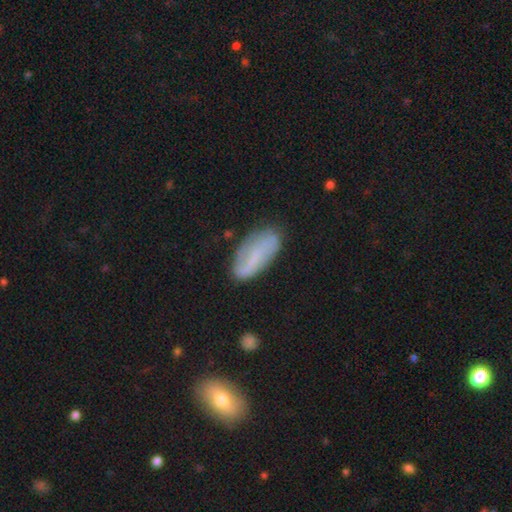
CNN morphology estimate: Q: Smooth or featured?
A: smooth (53%); runner-up: featured or disk (37%)
Q: How rounded?
A: in between (80%); runner-up: cigar-shaped (17%)
Q: Merging?
A: none (71%); runner-up: minor disturbance (21%)